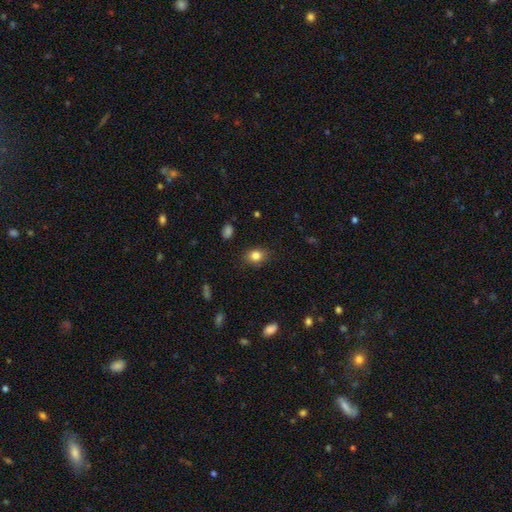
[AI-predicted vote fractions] Smooth or featured: smooth — 83% (star or artifact — 10%)
How rounded: in between — 57% (round — 41%)
Merging: none — 82% (minor disturbance — 14%)